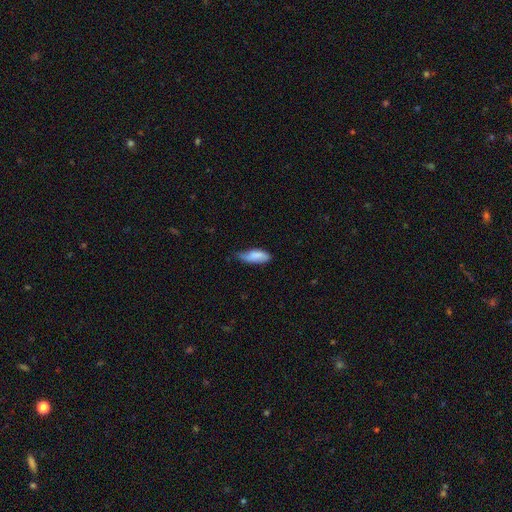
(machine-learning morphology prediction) Overall: smooth (80%). How rounded: in between (71%). Merging: minor disturbance (46%; none 41%).